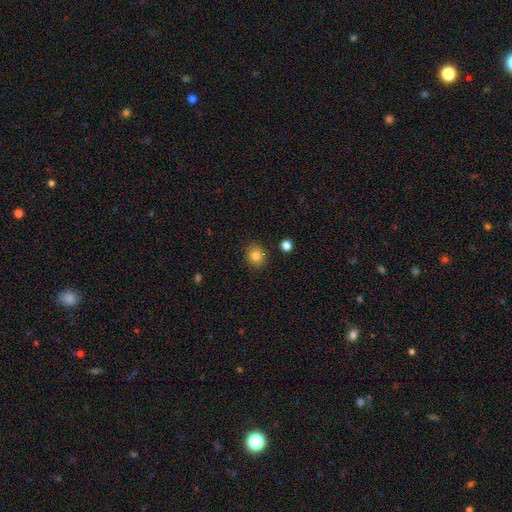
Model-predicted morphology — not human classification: type=smooth (82%); roundness=round (82%); merging=none (89%).